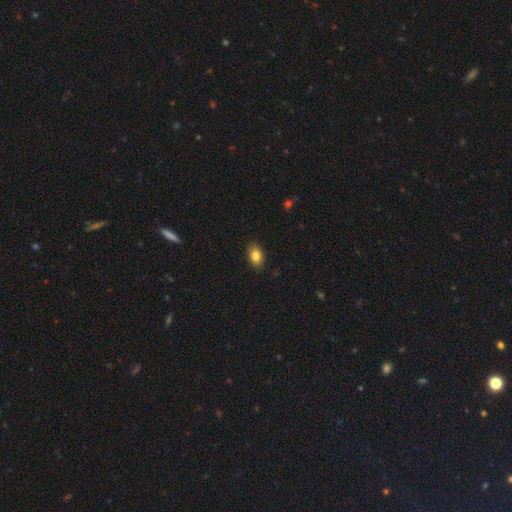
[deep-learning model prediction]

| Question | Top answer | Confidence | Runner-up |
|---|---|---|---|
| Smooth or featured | smooth | 85% | star or artifact (8%) |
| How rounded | in between | 85% | round (14%) |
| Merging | none | 87% | minor disturbance (10%) |